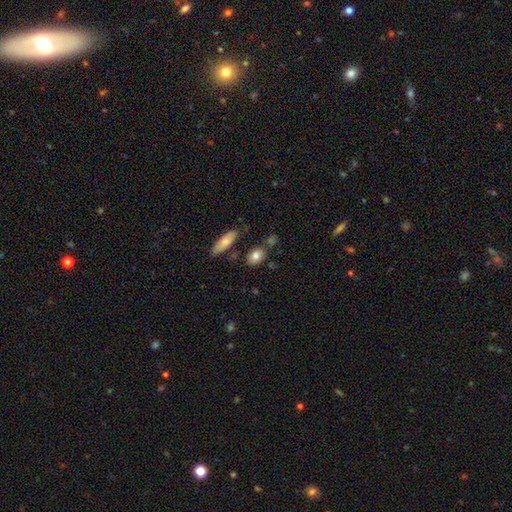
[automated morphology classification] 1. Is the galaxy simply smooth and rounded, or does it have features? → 81% smooth, 11% featured or disk, 8% star or artifact.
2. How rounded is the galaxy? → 74% in between, 22% round, 4% cigar-shaped.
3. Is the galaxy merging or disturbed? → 74% none, 14% minor disturbance, 8% merger, 4% major disturbance.